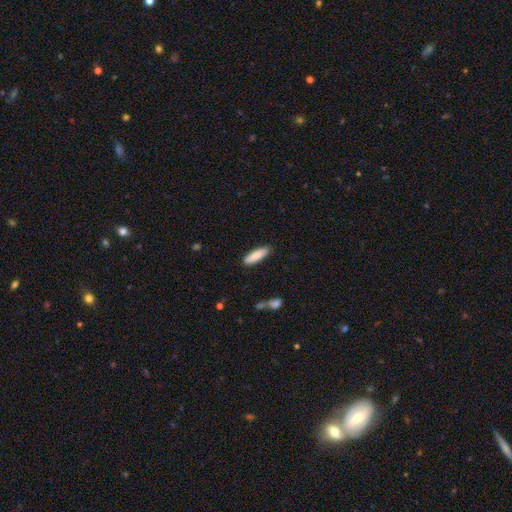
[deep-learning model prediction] Overall: smooth (85%). How rounded: cigar-shaped (55%; in between 44%). Merging: none (87%).